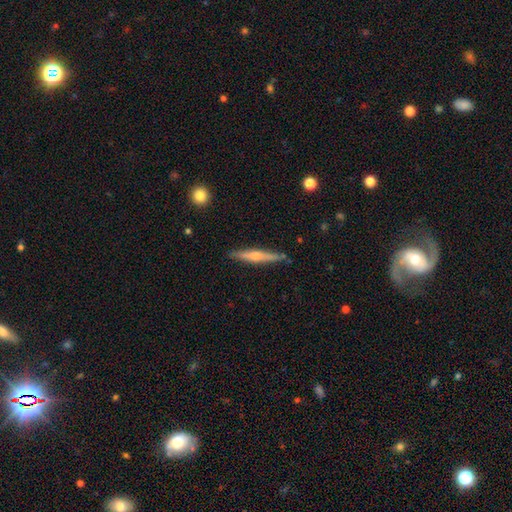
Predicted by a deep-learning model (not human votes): The model was most divided on "smooth or featured": featured or disk: 54%, smooth: 40%, star or artifact: 6%. More confident: edge-on disk — yes (97%); merging — none (86%); edge-on bulge — rounded (70%).